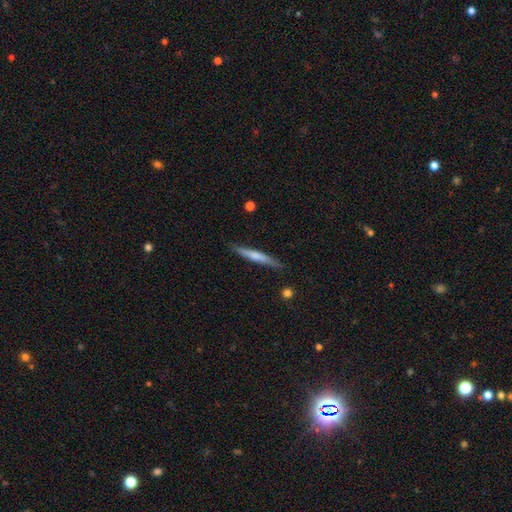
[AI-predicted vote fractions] This is likely a smooth galaxy (60%). How rounded: clearly cigar-shaped (95%). Merging: clearly none (86%).